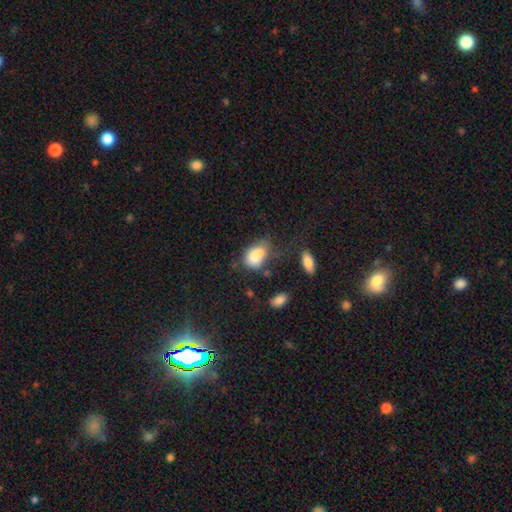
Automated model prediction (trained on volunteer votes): Smooth or featured? smooth (75%)
How rounded? in between (78%)
Merging? none (31%, tied with merger)